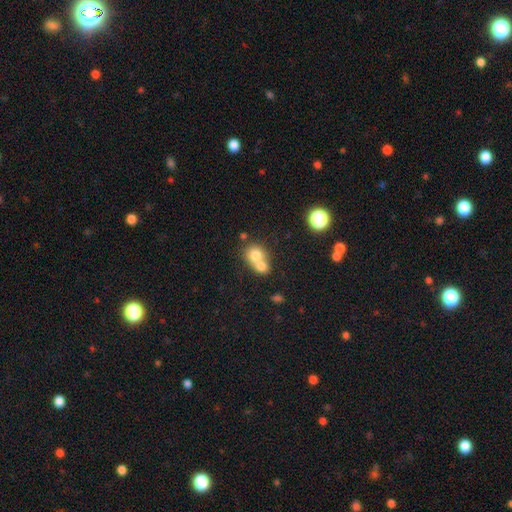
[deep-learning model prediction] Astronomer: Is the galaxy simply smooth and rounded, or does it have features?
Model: smooth — 73%.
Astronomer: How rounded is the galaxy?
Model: round — 70%.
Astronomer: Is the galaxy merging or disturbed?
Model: merger — 67%.